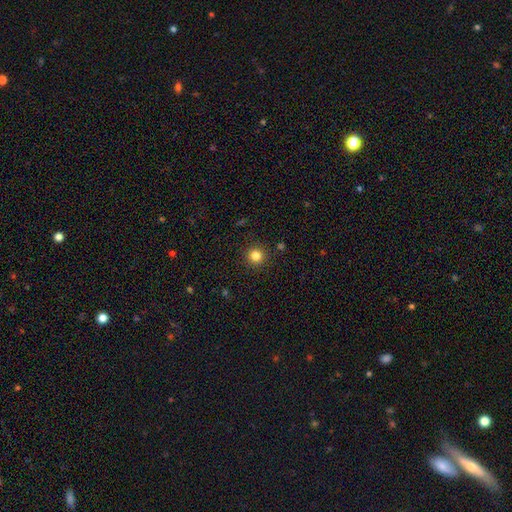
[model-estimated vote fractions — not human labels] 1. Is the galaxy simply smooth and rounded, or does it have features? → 83% smooth, 12% star or artifact, 5% featured or disk.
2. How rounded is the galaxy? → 95% round, 4% in between, 1% cigar-shaped.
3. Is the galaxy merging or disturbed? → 91% none, 6% minor disturbance, 2% major disturbance, 1% merger.